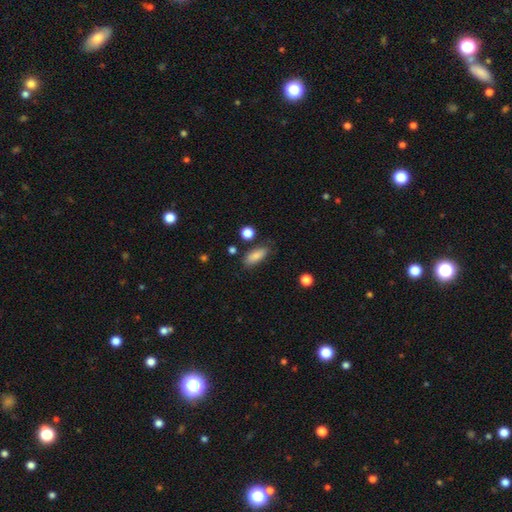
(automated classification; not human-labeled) Smooth or featured: smooth — 84% (featured or disk — 8%)
How rounded: in between — 78% (cigar-shaped — 19%)
Merging: none — 75% (minor disturbance — 17%)